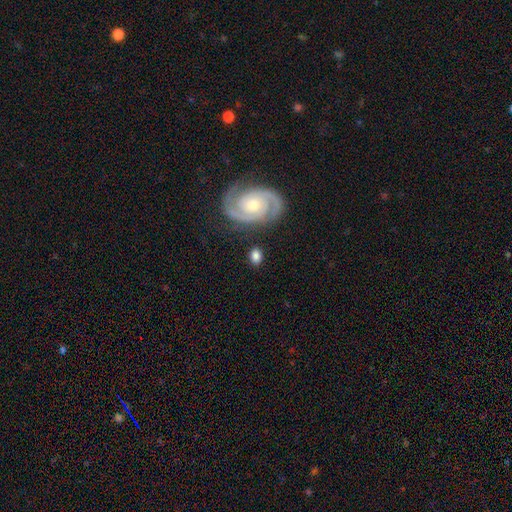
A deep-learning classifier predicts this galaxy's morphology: This appears to be a smooth galaxy with no disk features (49%). Merging: none (79%).